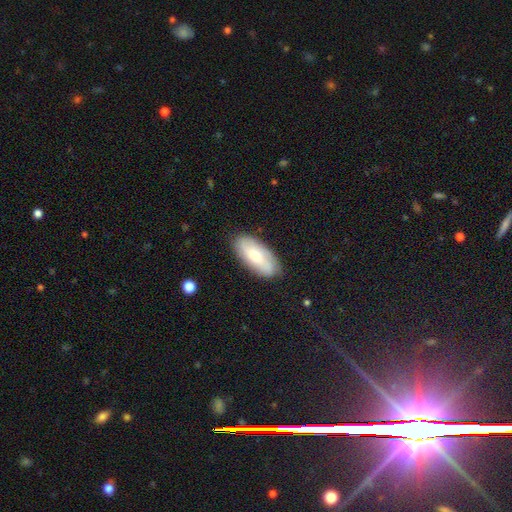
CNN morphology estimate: A smooth galaxy with no disk features (59%) that is in between round and cigar-shaped (86%). Merging: none (83%).